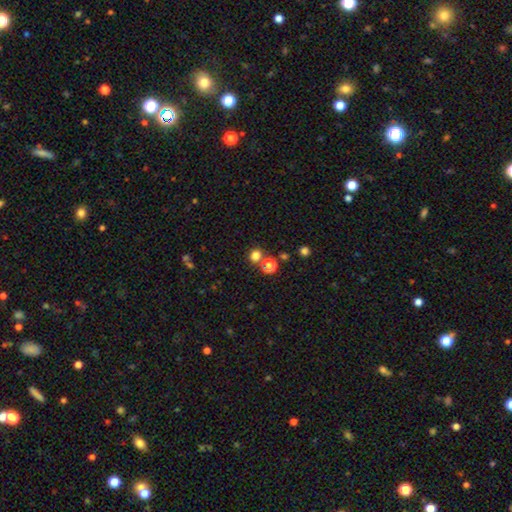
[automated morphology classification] smooth_or_featured: smooth (p=0.76) [alt: star or artifact p=0.19]
how_rounded: round (p=0.86) [alt: in between p=0.13]
merging: none (p=0.76) [alt: merger p=0.14]